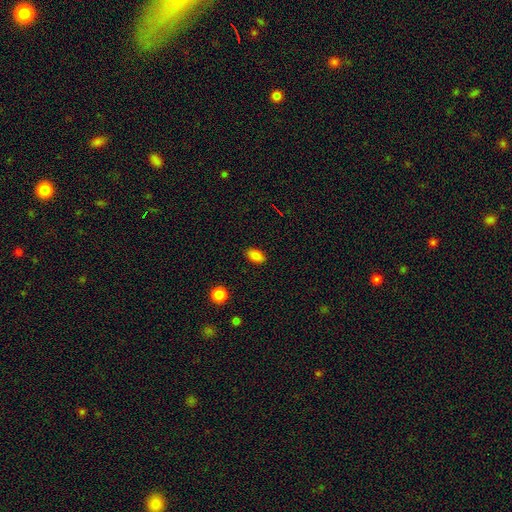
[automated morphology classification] Smooth or featured?
  - smooth: 84% *
  - star or artifact: 10%
  - featured or disk: 7%
How rounded?
  - in between: 90% *
  - round: 7%
  - cigar-shaped: 2%
Merging?
  - none: 88% *
  - minor disturbance: 9%
  - major disturbance: 2%
  - merger: 1%